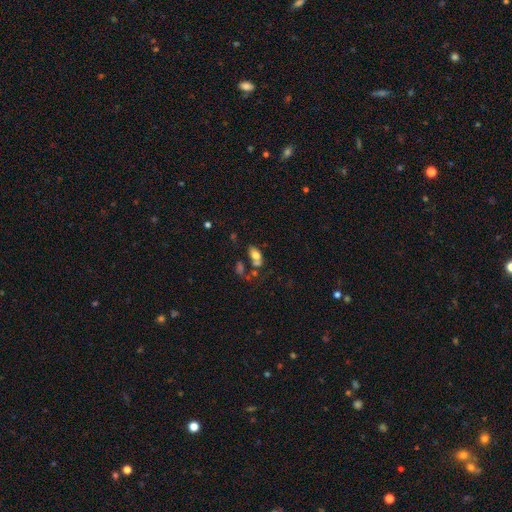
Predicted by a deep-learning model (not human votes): Smooth or featured: smooth — 70% (featured or disk — 19%)
How rounded: in between — 90% (round — 6%)
Merging: none — 42% (merger — 27%)